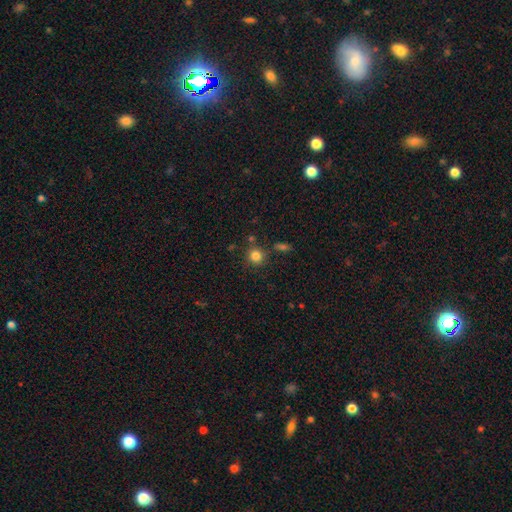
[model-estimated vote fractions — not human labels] Smooth or featured? smooth (83%)
How rounded? round (90%)
Merging? none (79%)